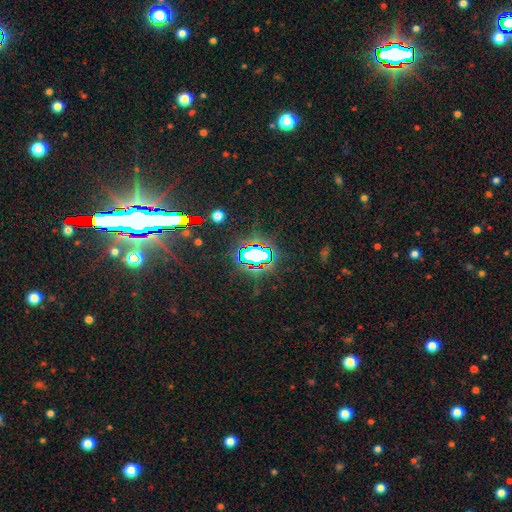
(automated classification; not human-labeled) This appears to be a star or artifact, not a galaxy (66%).